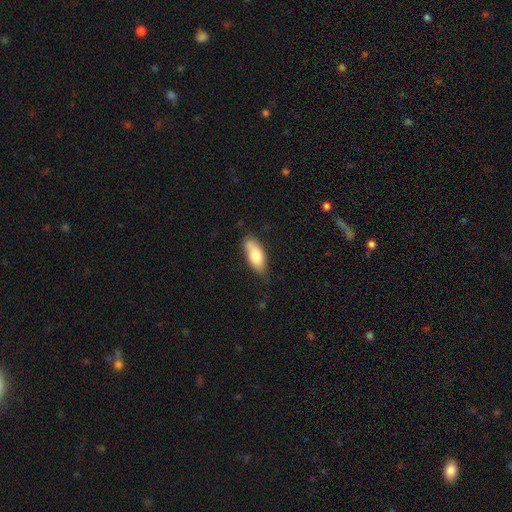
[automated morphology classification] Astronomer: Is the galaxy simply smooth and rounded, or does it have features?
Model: smooth — 75%.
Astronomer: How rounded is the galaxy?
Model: in between — 80%.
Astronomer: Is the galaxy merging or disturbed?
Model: none — 65%.